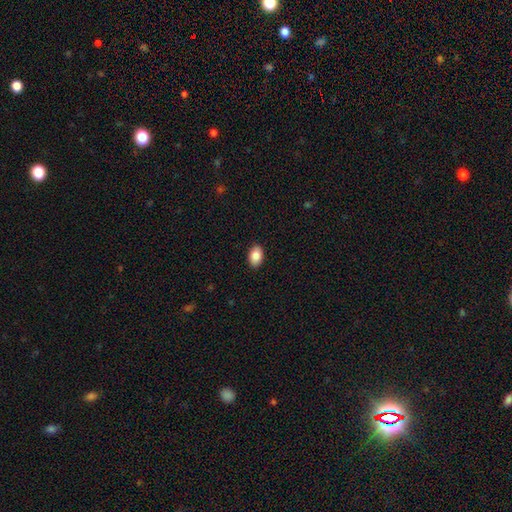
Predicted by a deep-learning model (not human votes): Q: Smooth or featured?
A: smooth (88%); runner-up: star or artifact (7%)
Q: How rounded?
A: in between (89%); runner-up: round (9%)
Q: Merging?
A: none (90%); runner-up: minor disturbance (7%)